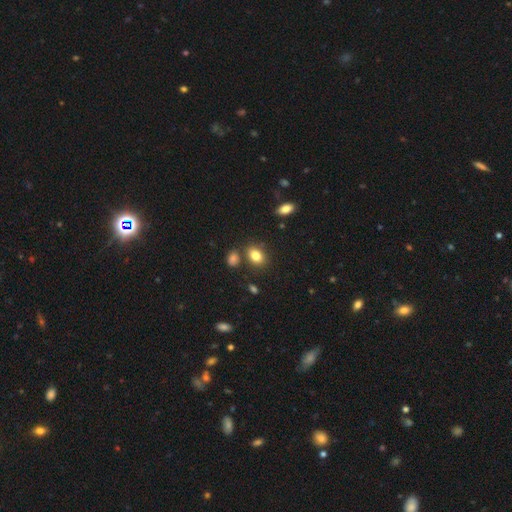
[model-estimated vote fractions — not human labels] Smooth or featured? Predicted: smooth (p=0.83). How rounded? Predicted: in between (p=0.75). Merging? Predicted: none (p=0.75).